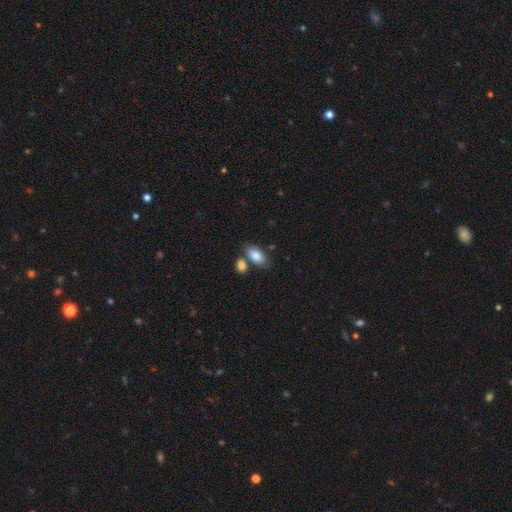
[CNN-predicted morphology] A smooth galaxy with no disk features (84%) that is in between round and cigar-shaped (92%).

Vote fractions:
- Smooth or featured? smooth: 84% / featured or disk: 9% / star or artifact: 7%
- How rounded? in between: 92% / round: 5% / cigar-shaped: 3%
- Merging? none: 62% / merger: 22% / minor disturbance: 13% / major disturbance: 3%